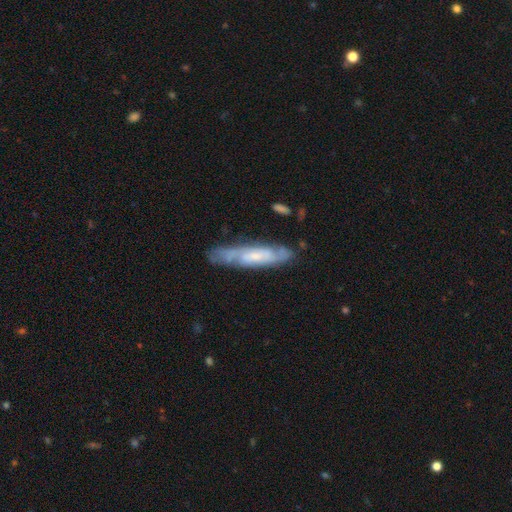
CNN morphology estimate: This appears to be a featured or disk galaxy (69%). Merging: none (72%).